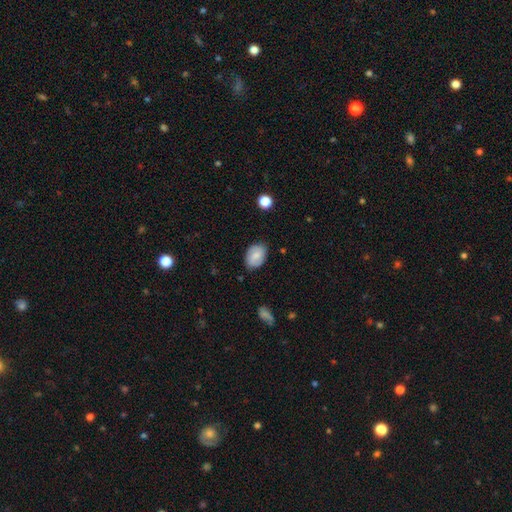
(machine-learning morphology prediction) smooth-or-featured: smooth: 71% | featured or disk: 22% | star or artifact: 7%
  how-rounded: in between: 81% | round: 17% | cigar-shaped: 1%
  merging: none: 80% | minor disturbance: 16% | major disturbance: 3% | merger: 1%